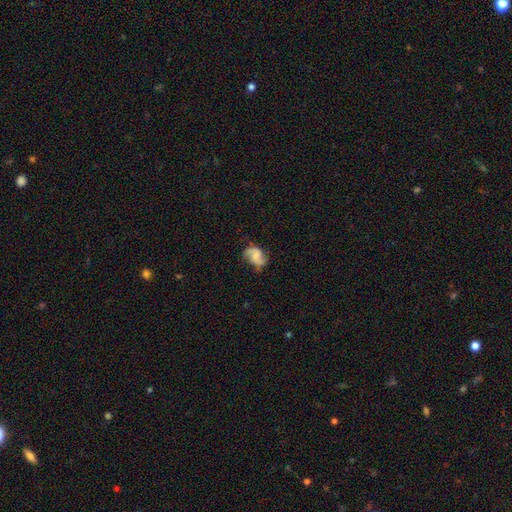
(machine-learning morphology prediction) featured or disk 65%, smooth 27%, star or artifact 8%. Down the decision tree: edge-on disk — no (97%); bar — no (54%); spiral arms — yes (92%); spiral arm count — 2 (87%); spiral winding — loose (51%); bulge size — none (42%); merging — none (62%).